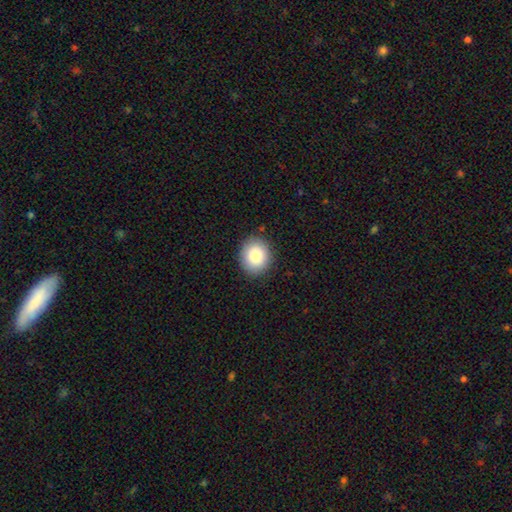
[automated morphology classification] Q: Smooth or featured?
A: smooth (84%); runner-up: star or artifact (8%)
Q: How rounded?
A: round (69%); runner-up: in between (31%)
Q: Merging?
A: none (89%); runner-up: minor disturbance (8%)